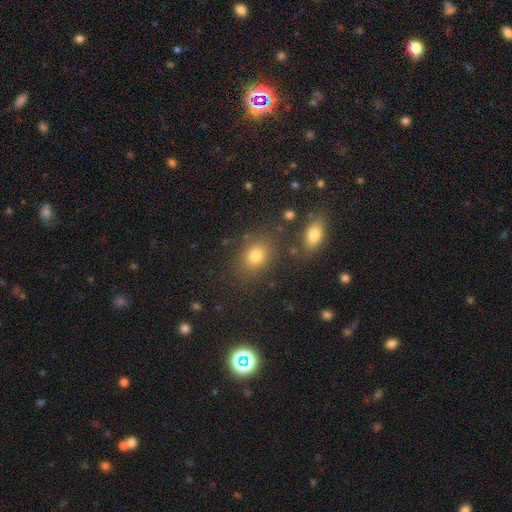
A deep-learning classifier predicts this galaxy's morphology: Overall: smooth (77%). How rounded: in between (58%; round 40%). Merging: none (78%).